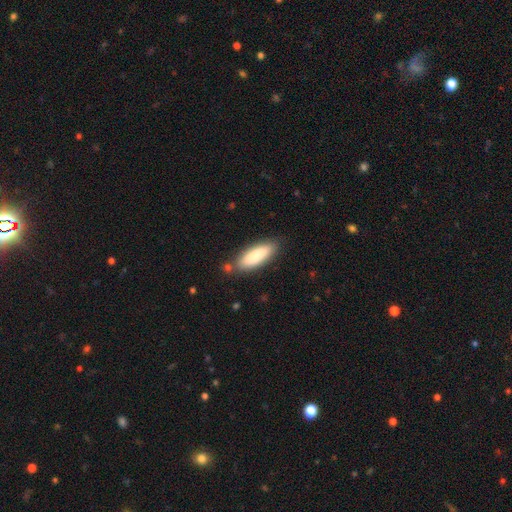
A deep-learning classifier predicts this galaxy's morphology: A smooth galaxy with no disk features (85%) that is in between round and cigar-shaped (60%). Merging: none (80%).